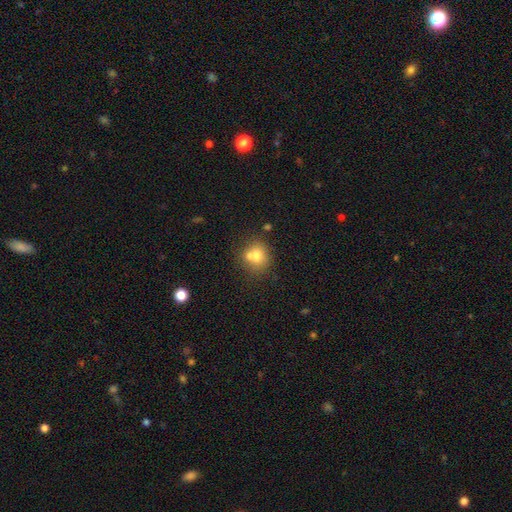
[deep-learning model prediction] smooth_or_featured: smooth (p=0.71) [alt: featured or disk p=0.17]
how_rounded: round (p=0.78) [alt: in between p=0.21]
merging: none (p=0.48) [alt: merger p=0.38]